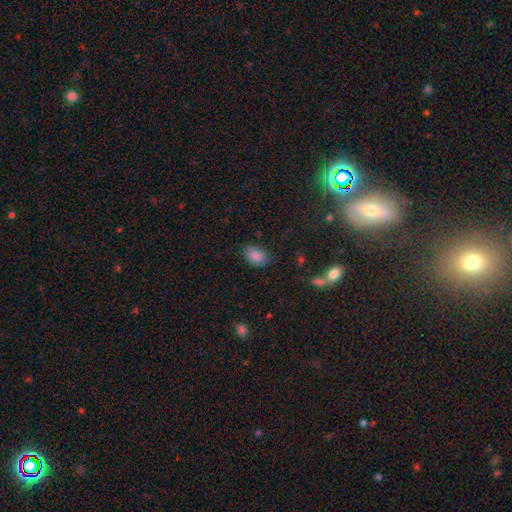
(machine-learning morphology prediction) This is clearly a smooth galaxy (86%). How rounded: likely in between (77%). Merging: likely none (77%).